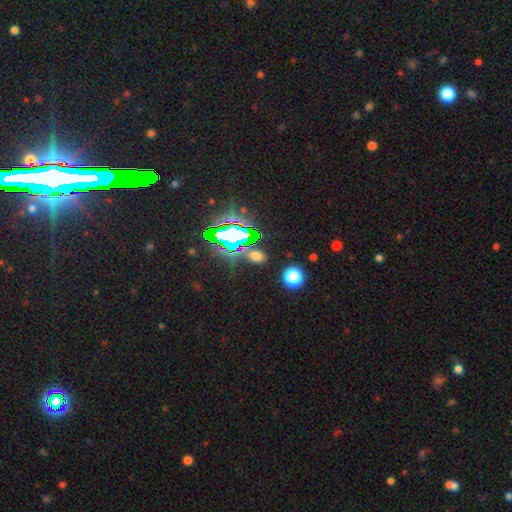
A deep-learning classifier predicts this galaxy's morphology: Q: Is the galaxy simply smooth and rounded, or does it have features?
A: star or artifact — 47%.